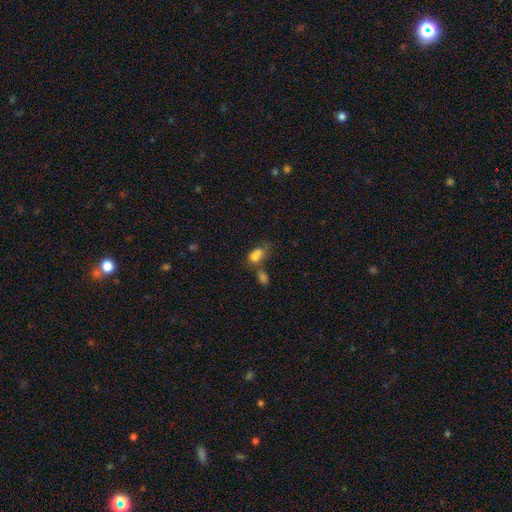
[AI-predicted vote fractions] Smooth or featured? smooth (77%)
How rounded? in between (82%)
Merging? merger (52%)